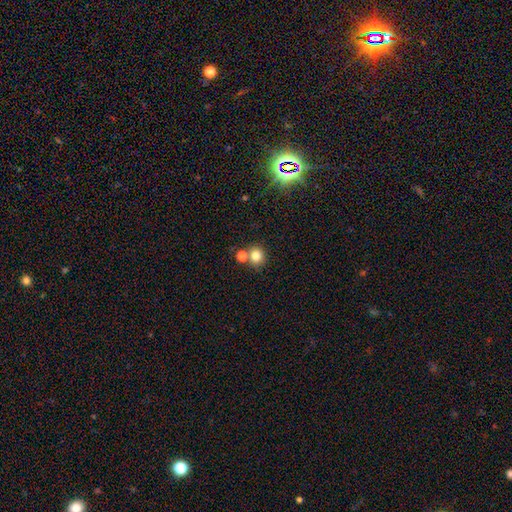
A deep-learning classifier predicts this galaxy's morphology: The model was most divided on "merging": none: 67%, merger: 22%, minor disturbance: 8%, major disturbance: 3%. More confident: how rounded — round (88%); smooth or featured — smooth (80%).